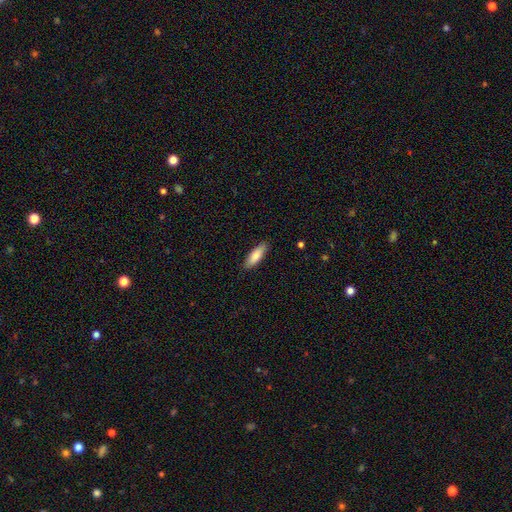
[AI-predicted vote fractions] A smooth galaxy with no disk features (81%) that is in between round and cigar-shaped (50%). Merging: none (87%).